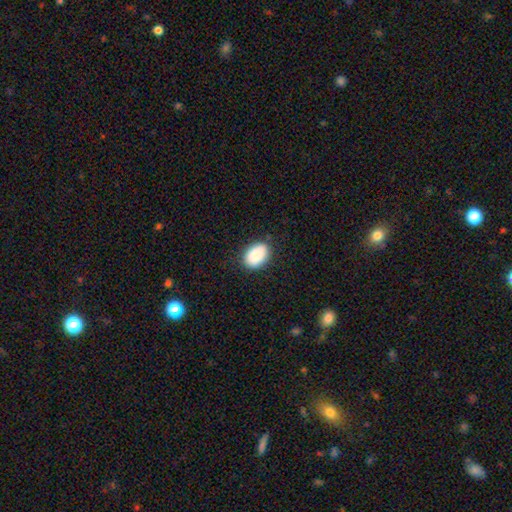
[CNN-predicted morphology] A smooth galaxy with no disk features (88%) that is in between round and cigar-shaped (85%). Merging: none (85%).